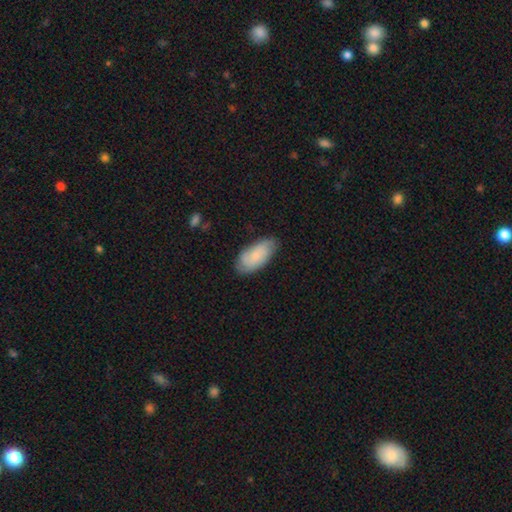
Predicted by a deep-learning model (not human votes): Smooth or featured? Predicted: smooth (p=0.63). How rounded? Predicted: in between (p=0.91). Merging? Predicted: none (p=0.72).